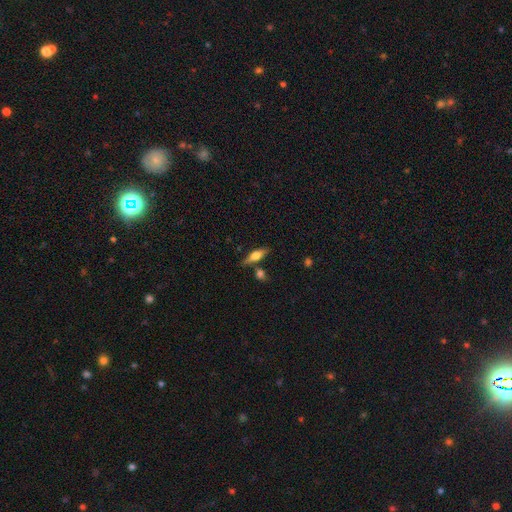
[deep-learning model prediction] Smooth or featured? featured or disk (54%)
Edge-on disk? yes (94%)
Edge-on bulge? rounded (89%)
Merging? none (75%)